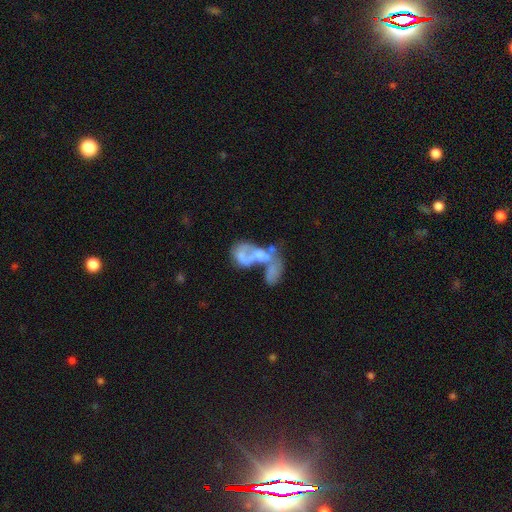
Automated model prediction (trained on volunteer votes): Smooth or featured?
  - featured or disk: 58% *
  - smooth: 30%
  - star or artifact: 12%
Edge-on disk?
  - no: 97% *
  - yes: 3%
Bar?
  - no: 85% *
  - weak: 11%
  - strong: 4%
Spiral arms?
  - no: 80% *
  - yes: 20%
Bulge size?
  - none: 52% *
  - moderate: 21%
  - small: 20%
  - large: 5%
  - dominant: 2%
Merging?
  - merger: 65% *
  - major disturbance: 19%
  - none: 10%
  - minor disturbance: 6%